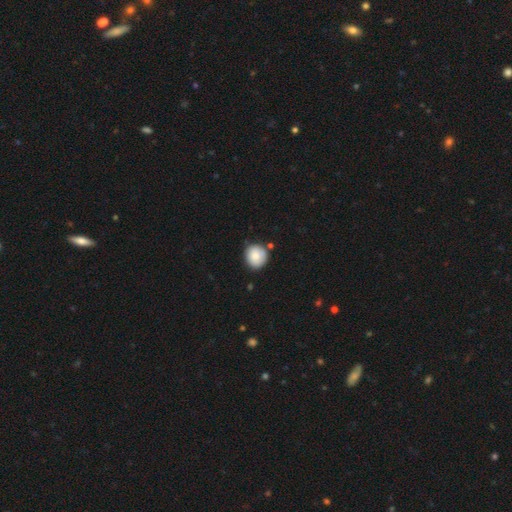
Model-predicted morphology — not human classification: A smooth galaxy with no disk features (81%) that is round (86%). Merging: none (75%).